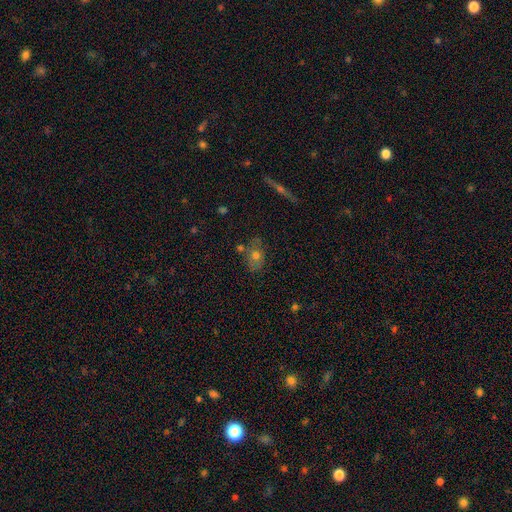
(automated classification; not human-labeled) Smooth or featured?
  - smooth: 60% *
  - featured or disk: 25%
  - star or artifact: 15%
How rounded?
  - in between: 61% *
  - round: 36%
  - cigar-shaped: 3%
Merging?
  - none: 68% *
  - minor disturbance: 17%
  - merger: 10%
  - major disturbance: 5%